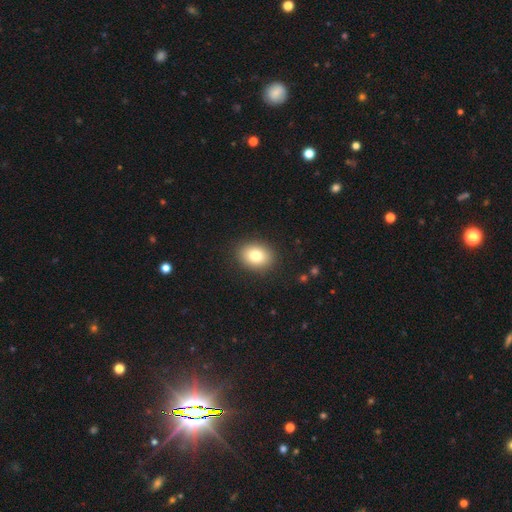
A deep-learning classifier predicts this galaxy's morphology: Smooth or featured? Predicted: smooth (p=0.81). How rounded? Predicted: in between (p=0.58). Merging? Predicted: none (p=0.89).